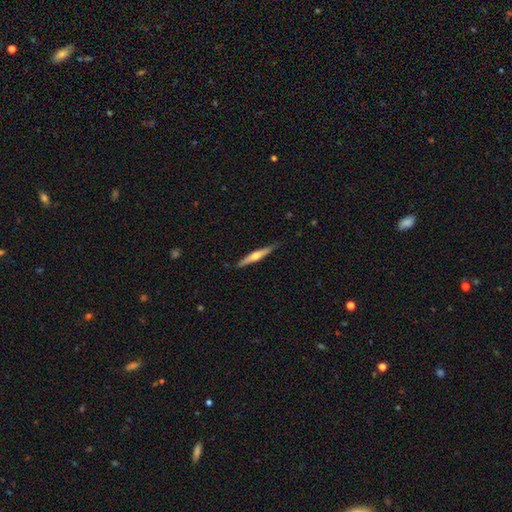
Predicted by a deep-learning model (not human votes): featured or disk 60%, smooth 35%, star or artifact 5%. Down the decision tree: edge-on disk — yes (97%); edge-on bulge — rounded (89%); merging — none (85%).